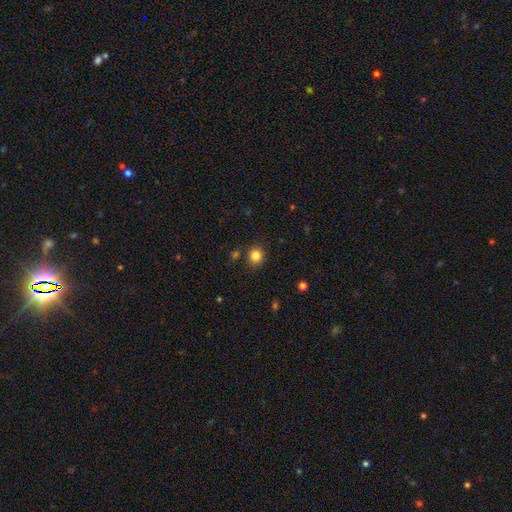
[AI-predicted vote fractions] This appears to be a smooth galaxy with no disk features (84%) that is round (86%). Merging: none (86%).